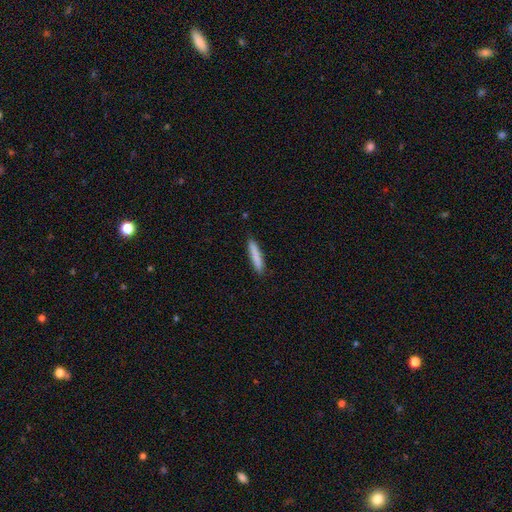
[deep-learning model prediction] Smooth or featured?
  - smooth: 85% *
  - featured or disk: 9%
  - star or artifact: 6%
How rounded?
  - cigar-shaped: 91% *
  - in between: 8%
  - round: 1%
Merging?
  - none: 89% *
  - minor disturbance: 8%
  - major disturbance: 2%
  - merger: 1%